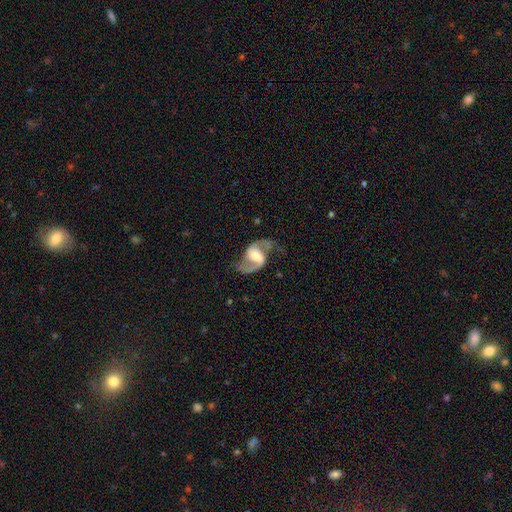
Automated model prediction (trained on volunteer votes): Overall: featured or disk (90%). Edge-on disk: no (98%). Bar: weak (46%; no 28%). Spiral arms: yes (97%). Spiral arm count: 2 (93%). Spiral winding: loose (48%; medium 43%). Bulge size: moderate (47%; small 25%). Merging: none (71%).